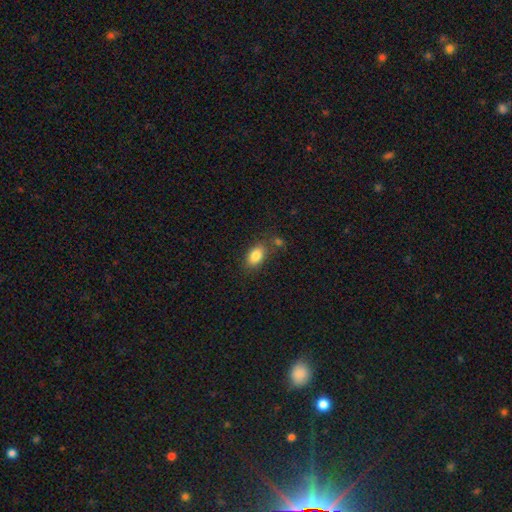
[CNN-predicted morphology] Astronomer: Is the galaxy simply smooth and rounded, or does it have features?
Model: smooth — 84%.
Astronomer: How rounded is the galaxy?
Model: in between — 87%.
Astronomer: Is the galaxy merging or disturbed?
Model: none — 72%.